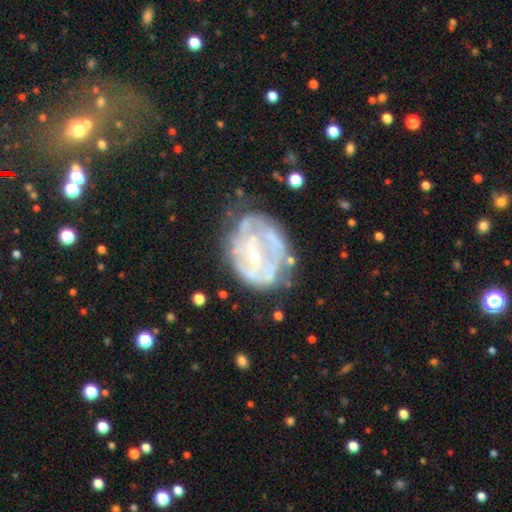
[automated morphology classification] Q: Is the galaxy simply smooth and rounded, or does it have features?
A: featured or disk — 75%.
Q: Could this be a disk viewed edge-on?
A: no — 97%.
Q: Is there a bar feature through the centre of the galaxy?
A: no — 56%.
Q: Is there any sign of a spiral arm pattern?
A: yes — 54%.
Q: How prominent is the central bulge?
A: small — 65%.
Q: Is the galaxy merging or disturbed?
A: none — 50%.